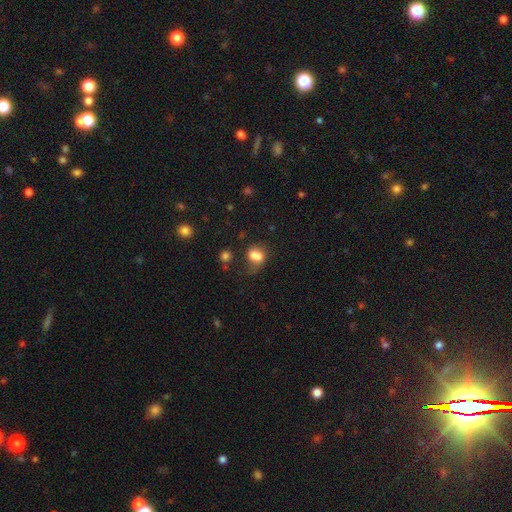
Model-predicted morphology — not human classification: A smooth galaxy with no disk features (75%) that is in between round and cigar-shaped (61%).

Vote fractions:
- Smooth or featured? smooth: 75% / featured or disk: 13% / star or artifact: 12%
- How rounded? in between: 61% / round: 38% / cigar-shaped: 2%
- Merging? none: 32% / merger: 31% / minor disturbance: 21% / major disturbance: 16%